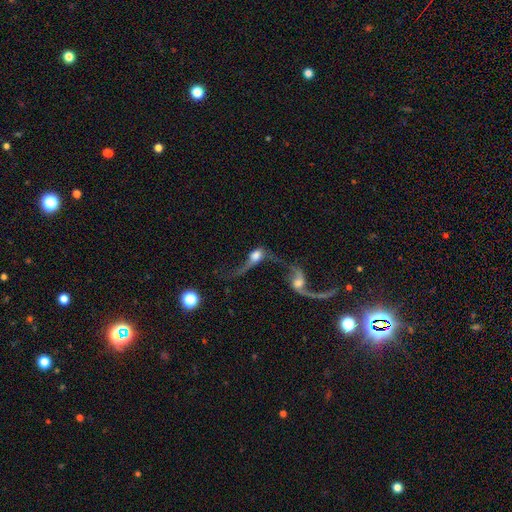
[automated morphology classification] This appears to be a featured or disk galaxy (55%). Merging: merger (69%).